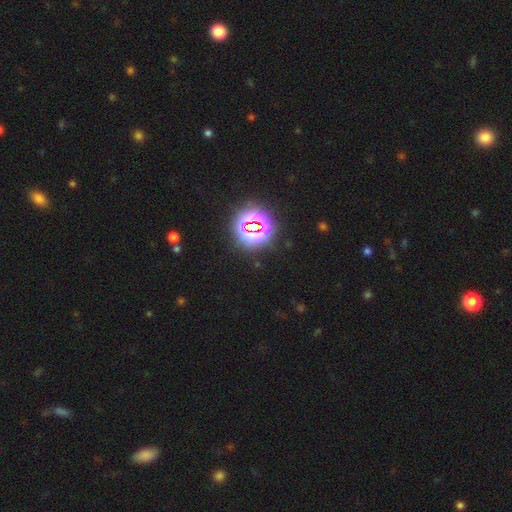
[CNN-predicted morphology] The model was most divided on "smooth or featured": star or artifact: 79%, smooth: 15%, featured or disk: 6%.